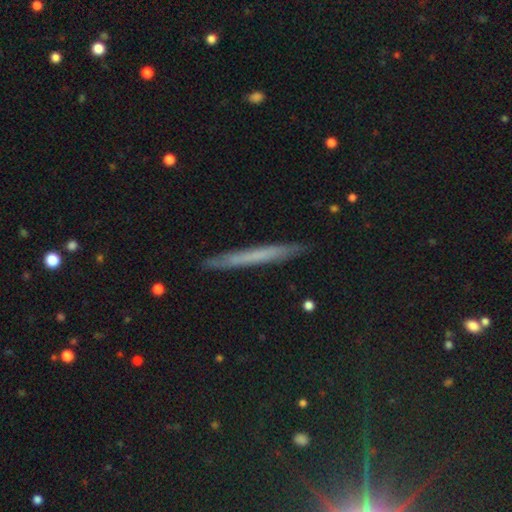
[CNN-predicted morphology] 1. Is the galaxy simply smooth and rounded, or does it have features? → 47% smooth, 38% featured or disk, 14% star or artifact.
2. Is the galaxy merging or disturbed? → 90% none, 7% minor disturbance, 1% major disturbance, 1% merger.